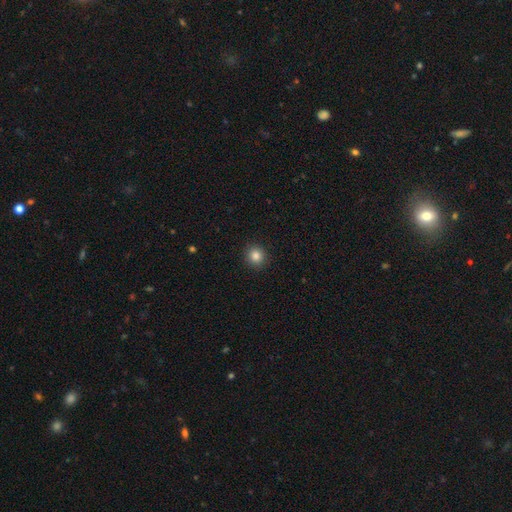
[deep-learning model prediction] Smooth or featured?
  - smooth: 85% *
  - star or artifact: 11%
  - featured or disk: 4%
How rounded?
  - round: 90% *
  - in between: 9%
  - cigar-shaped: 1%
Merging?
  - none: 92% *
  - minor disturbance: 5%
  - major disturbance: 2%
  - merger: 1%